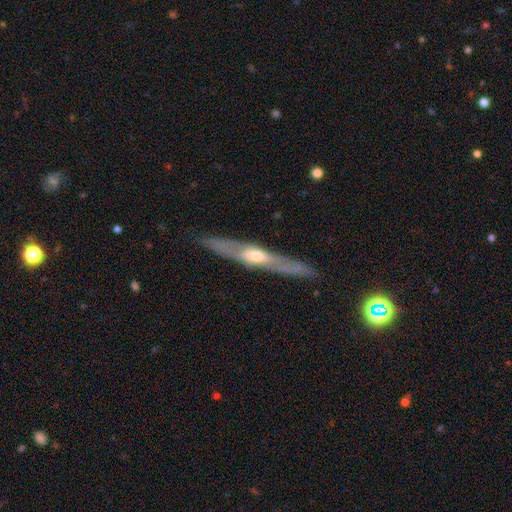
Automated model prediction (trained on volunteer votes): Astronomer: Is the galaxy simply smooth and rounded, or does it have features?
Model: featured or disk — 72%.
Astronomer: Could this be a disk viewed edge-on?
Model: yes — 87%.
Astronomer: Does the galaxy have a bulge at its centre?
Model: rounded — 80%.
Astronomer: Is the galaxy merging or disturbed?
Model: none — 86%.